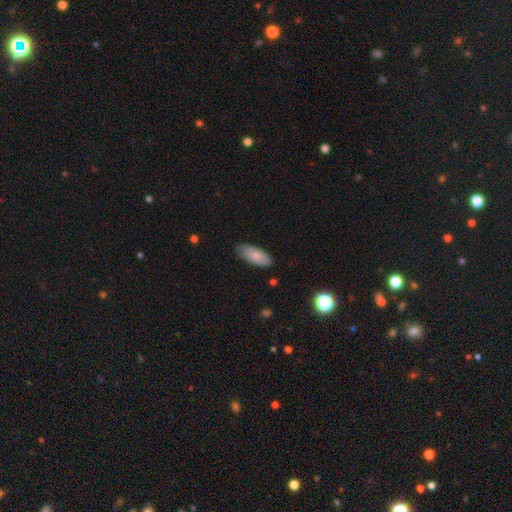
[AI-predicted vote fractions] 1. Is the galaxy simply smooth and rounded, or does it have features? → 81% smooth, 13% featured or disk, 6% star or artifact.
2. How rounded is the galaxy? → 85% in between, 14% cigar-shaped, 2% round.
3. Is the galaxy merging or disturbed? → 78% none, 18% minor disturbance, 3% major disturbance, 1% merger.